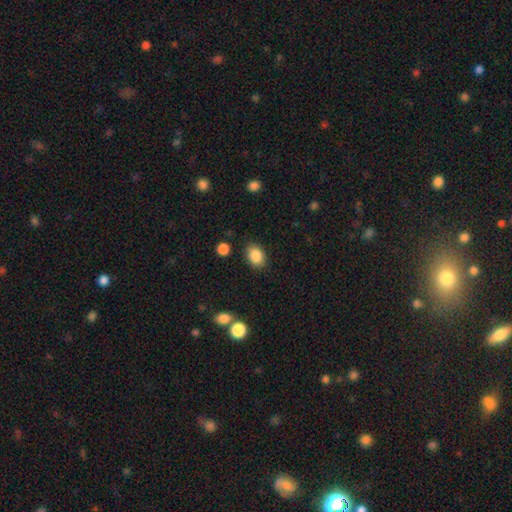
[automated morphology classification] type=smooth (87%); roundness=in between (76%); merging=none (85%).